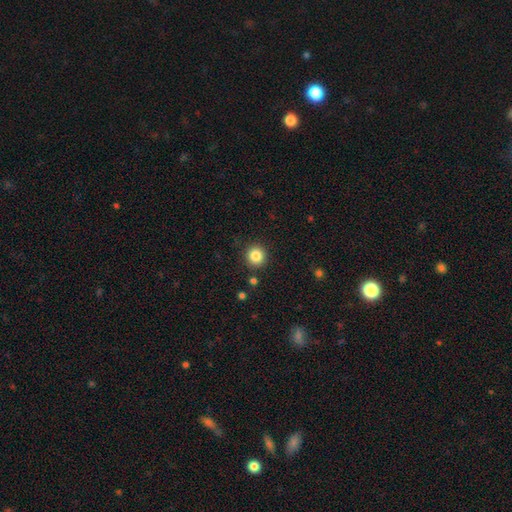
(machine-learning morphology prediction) The model was most divided on "smooth or featured": smooth: 84%, star or artifact: 11%, featured or disk: 5%. More confident: how rounded — round (93%); merging — none (90%).